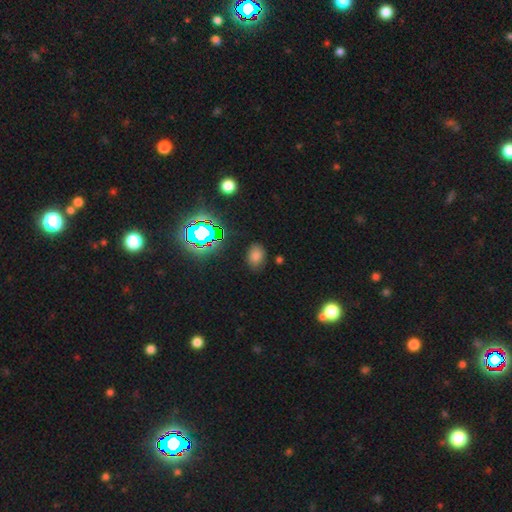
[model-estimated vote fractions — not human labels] Morphology: type=smooth (66%); roundness=in between (65%); merging=none (83%).